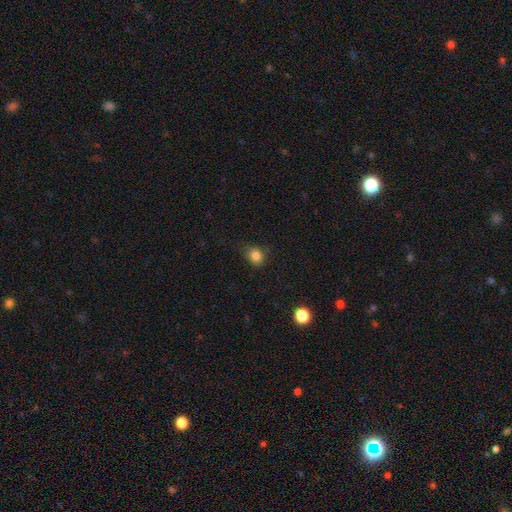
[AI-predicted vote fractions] A smooth galaxy with no disk features (83%) that is round (61%). Merging: none (73%).